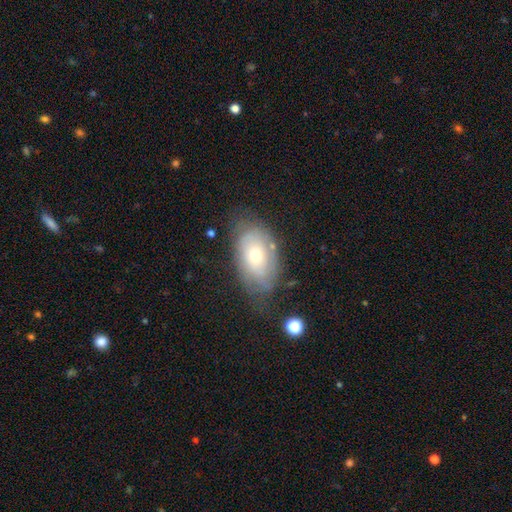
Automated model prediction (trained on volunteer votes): Smooth or featured? Predicted: featured or disk (p=0.46). Merging? Predicted: none (p=0.62).